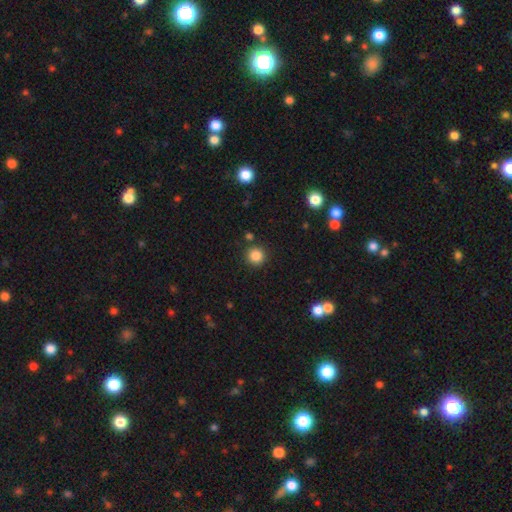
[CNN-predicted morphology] A smooth galaxy with no disk features (85%) that is round (94%). Merging: none (88%).